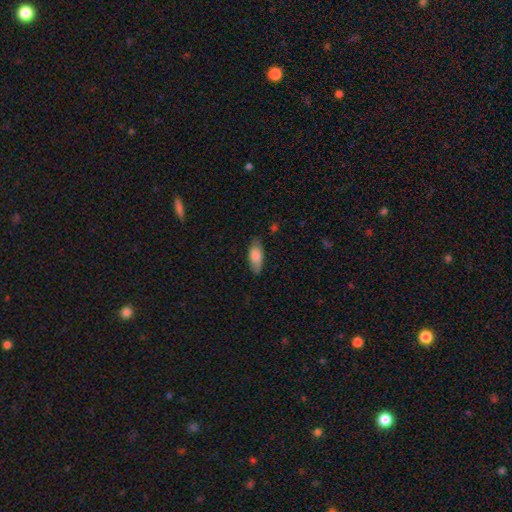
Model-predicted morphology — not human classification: type=smooth (82%); roundness=in between (79%); merging=none (73%).